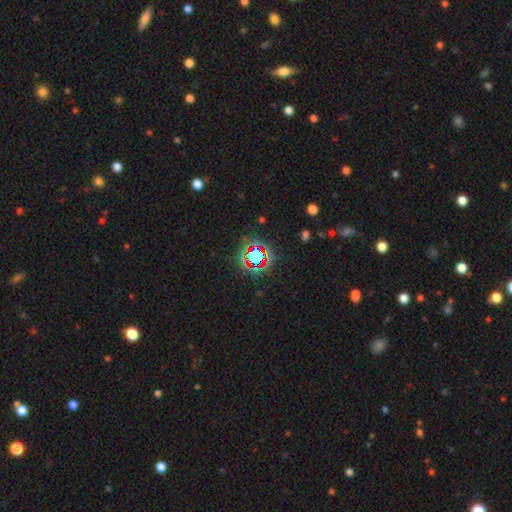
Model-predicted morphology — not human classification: Smooth or featured? star or artifact (69%)